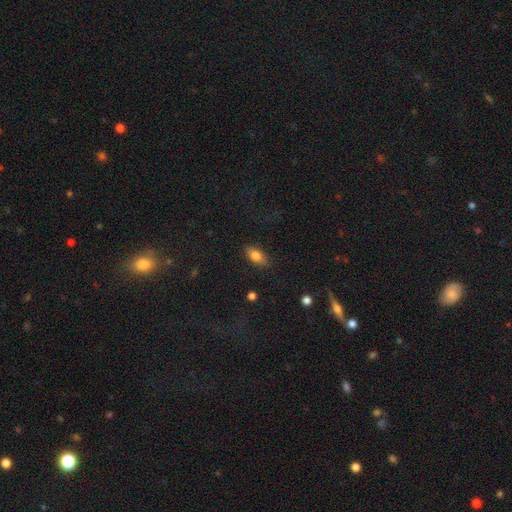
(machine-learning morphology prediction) Smooth or featured? Predicted: smooth (p=0.79). How rounded? Predicted: in between (p=0.85). Merging? Predicted: none (p=0.85).